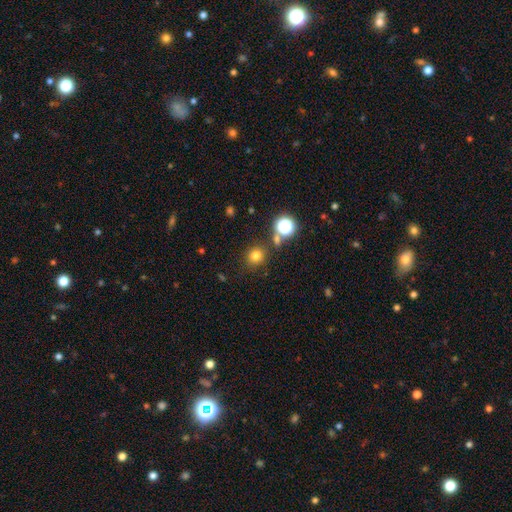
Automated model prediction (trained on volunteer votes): This is likely a smooth galaxy (76%). How rounded: clearly round (85%). Merging: clearly none (81%).